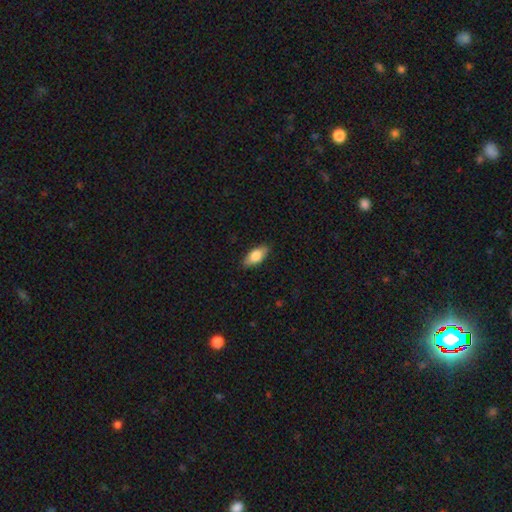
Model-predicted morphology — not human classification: This is likely a smooth galaxy (80%). How rounded: clearly in between (87%). Merging: clearly none (86%).